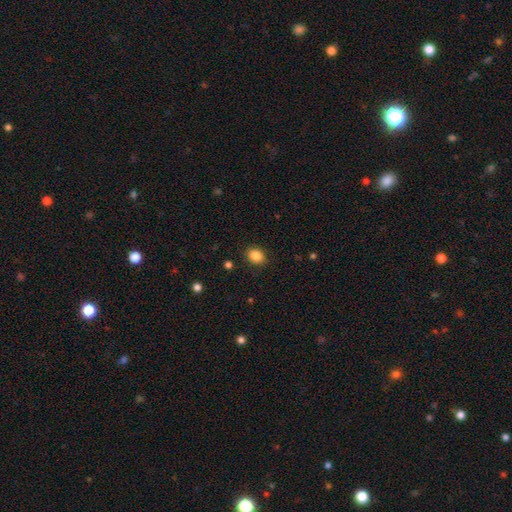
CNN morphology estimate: Smooth or featured? smooth (86%)
How rounded? round (52%)
Merging? none (87%)